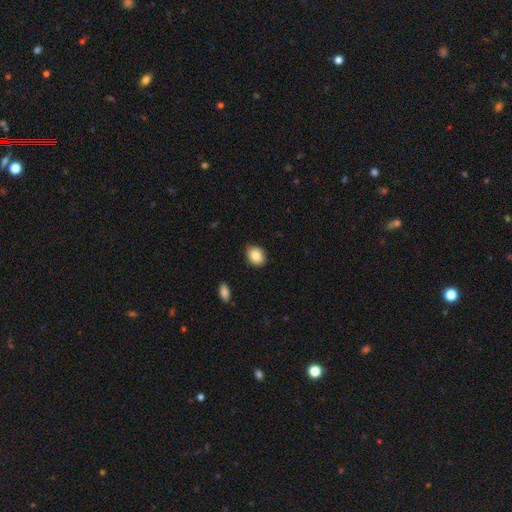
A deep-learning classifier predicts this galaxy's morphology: This is clearly a smooth galaxy (86%). How rounded: possibly in between (60%). Merging: clearly none (86%).